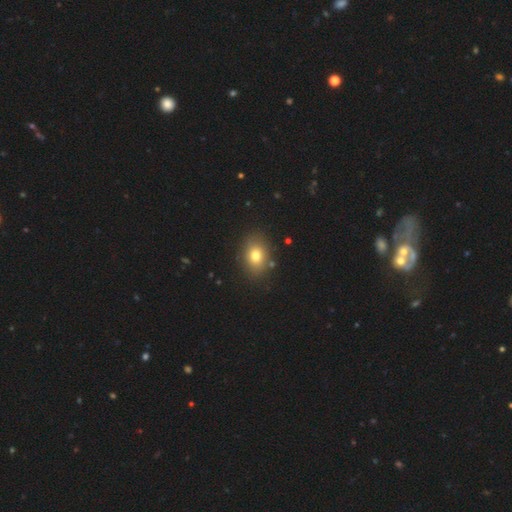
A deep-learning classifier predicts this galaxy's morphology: This appears to be a smooth galaxy with no disk features (77%) that is in between round and cigar-shaped (67%). Merging: none (84%).